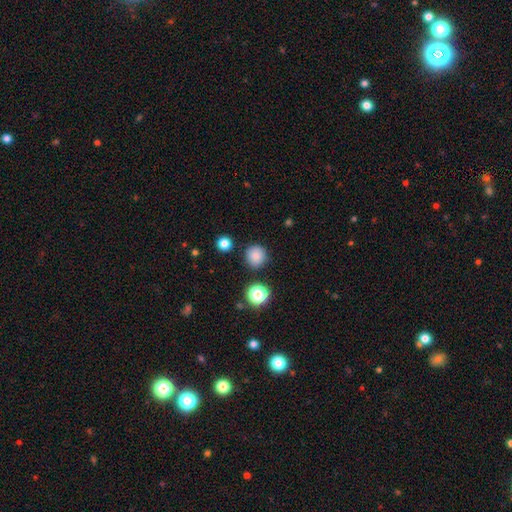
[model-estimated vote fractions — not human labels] A smooth galaxy with no disk features (82%) that is round (93%). Merging: none (87%).